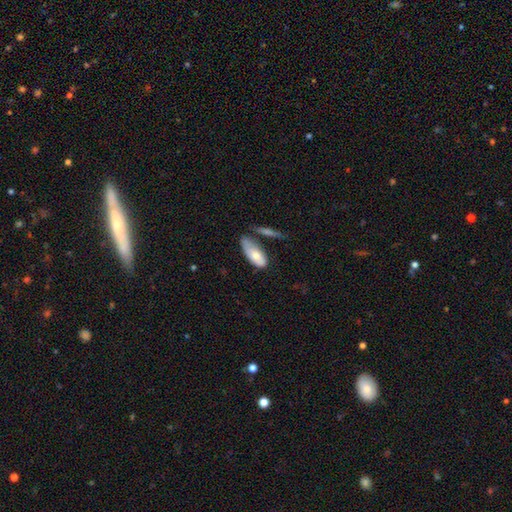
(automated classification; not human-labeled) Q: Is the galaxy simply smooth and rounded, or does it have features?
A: smooth — 69%.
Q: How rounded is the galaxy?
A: in between — 82%.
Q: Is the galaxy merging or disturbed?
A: none — 39%.